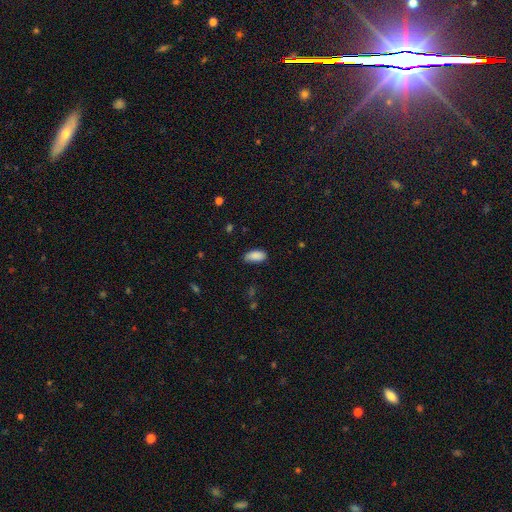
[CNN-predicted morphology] smooth 88%, star or artifact 7%, featured or disk 5%. Down the decision tree: how rounded — in between (93%); merging — none (76%).